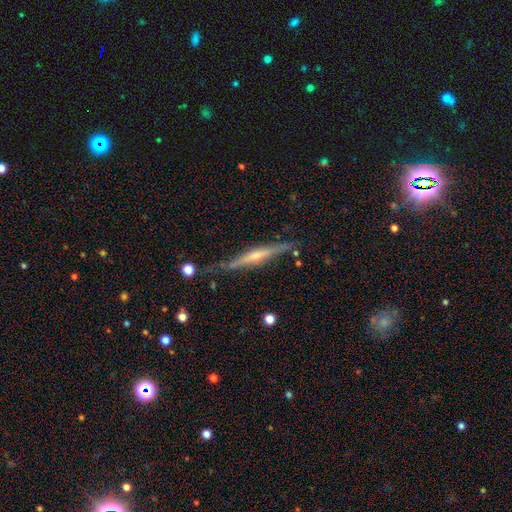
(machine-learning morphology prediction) The model was most divided on "edge-on bulge": rounded: 55%, none: 30%, boxy: 16%. More confident: edge-on disk — yes (96%); merging — none (73%); smooth or featured — featured or disk (69%).